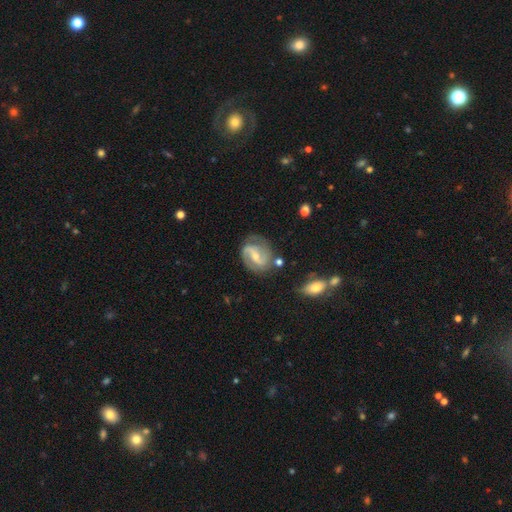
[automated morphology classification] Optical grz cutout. It shows a featured or disk galaxy (84%) with a weak bar (42%), 2 (88%) medium (50%) spiral arms (95%) and a small central bulge (54%). Merging: none (72%).